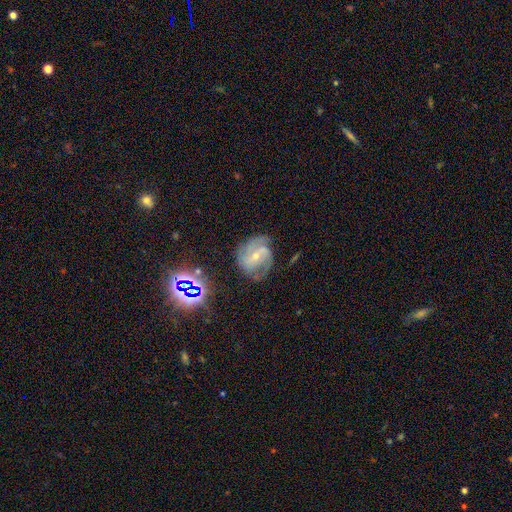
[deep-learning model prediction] Overall: featured or disk (80%). Edge-on disk: no (97%). Bar: weak (42%; no 34%). Spiral arms: yes (95%). Spiral arm count: 2 (48%; 3 26%). Spiral winding: medium (49%; tight 33%). Bulge size: small (66%; moderate 31%). Merging: none (65%).